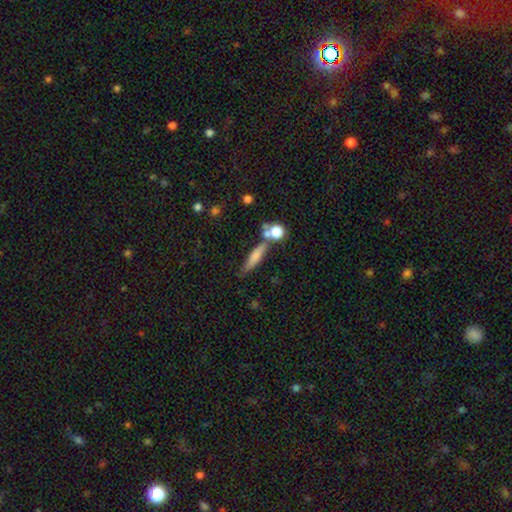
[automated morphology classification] This is likely a smooth galaxy (66%). How rounded: likely cigar-shaped (76%). Merging: likely none (63%).